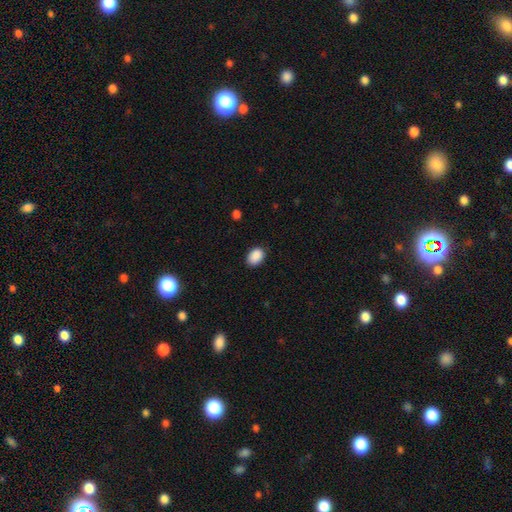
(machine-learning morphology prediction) Overall: smooth (90%). How rounded: in between (79%). Merging: none (85%).